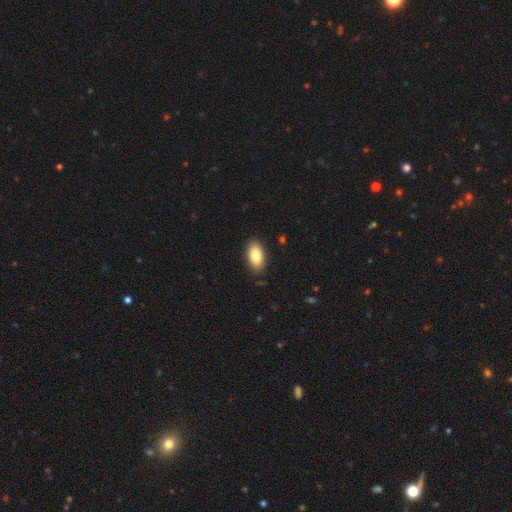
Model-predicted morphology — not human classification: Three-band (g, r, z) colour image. It shows a smooth galaxy with no disk features (86%) that is in between round and cigar-shaped (94%). Merging: none (87%).